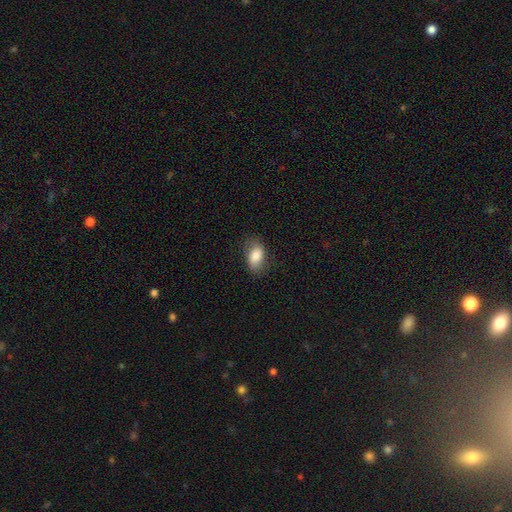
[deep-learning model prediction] smooth-or-featured: smooth: 82% | featured or disk: 11% | star or artifact: 7%
  how-rounded: in between: 89% | round: 9% | cigar-shaped: 2%
  merging: none: 76% | minor disturbance: 18% | major disturbance: 5% | merger: 1%